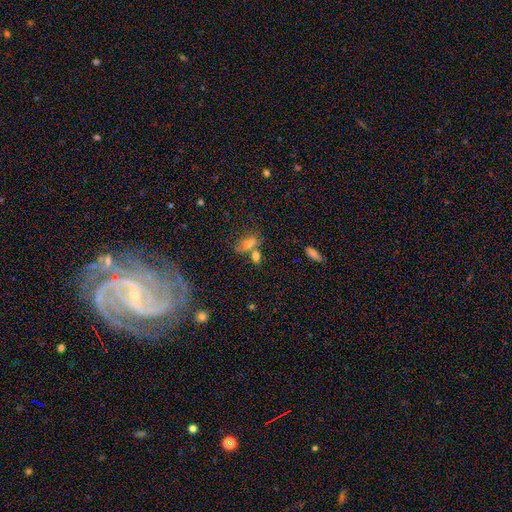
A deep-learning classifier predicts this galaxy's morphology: smooth 71%, featured or disk 15%, star or artifact 14%. Down the decision tree: how rounded — in between (74%); merging — none (42%).